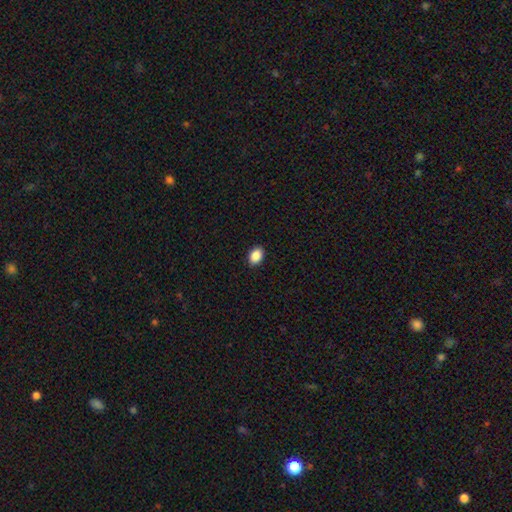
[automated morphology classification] type=smooth (88%); roundness=in between (80%); merging=none (90%).